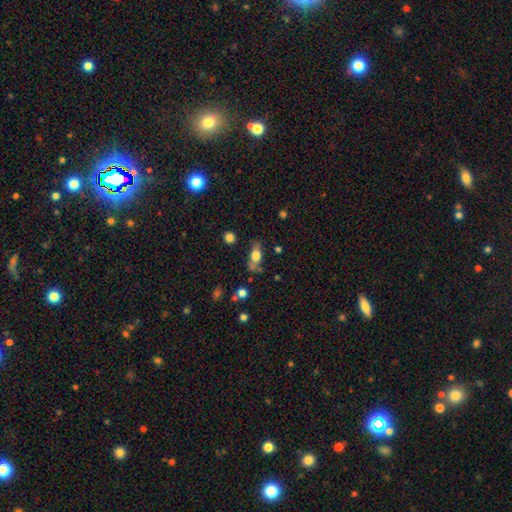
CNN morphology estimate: Overall: smooth (60%; featured or disk 32%). How rounded: in between (71%). Merging: none (63%).